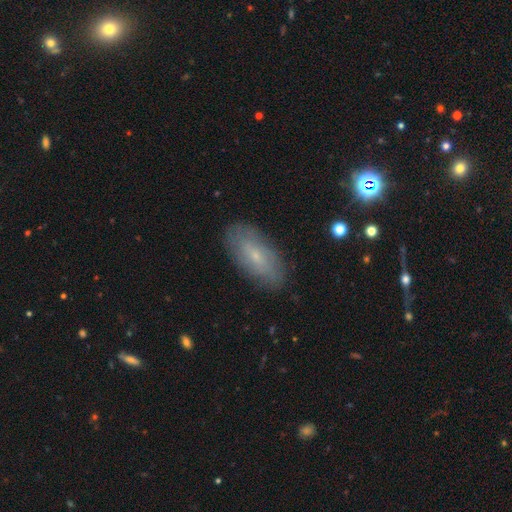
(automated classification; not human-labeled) The model was most divided on "smooth or featured": smooth: 54%, featured or disk: 37%, star or artifact: 9%. More confident: how rounded — in between (87%); merging — none (84%).